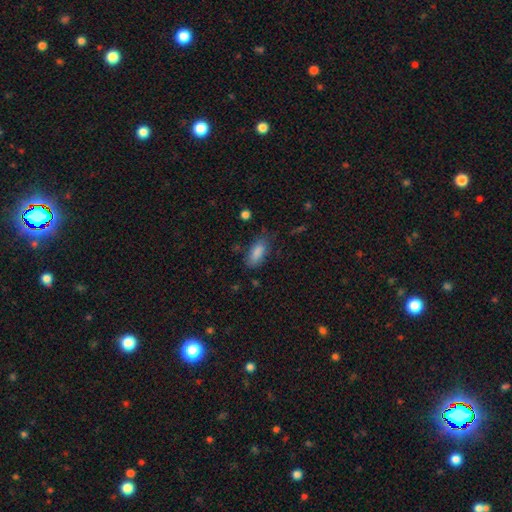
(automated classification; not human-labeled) This appears to be a smooth galaxy with no disk features (85%) that is in between round and cigar-shaped (79%). Merging: none (72%).